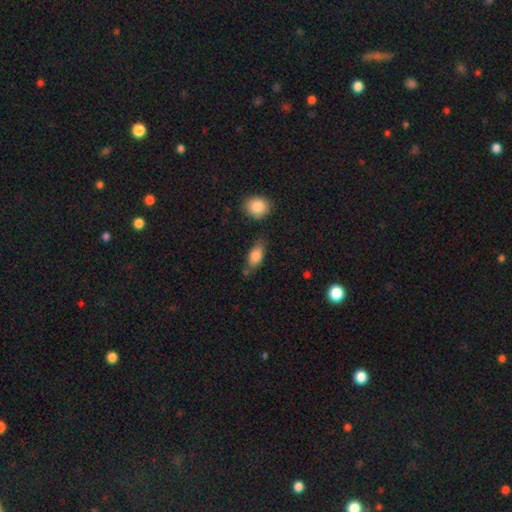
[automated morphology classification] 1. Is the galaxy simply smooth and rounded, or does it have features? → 83% smooth, 10% featured or disk, 7% star or artifact.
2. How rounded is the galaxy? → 86% in between, 9% cigar-shaped, 6% round.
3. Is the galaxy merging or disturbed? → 63% none, 22% minor disturbance, 9% merger, 6% major disturbance.